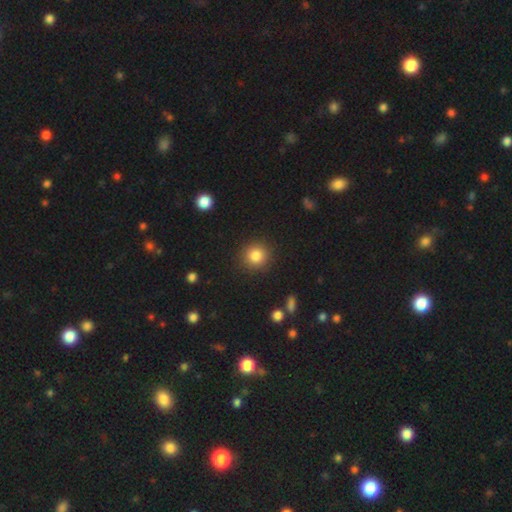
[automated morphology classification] This is clearly a smooth galaxy (84%). How rounded: clearly round (92%). Merging: clearly none (90%).